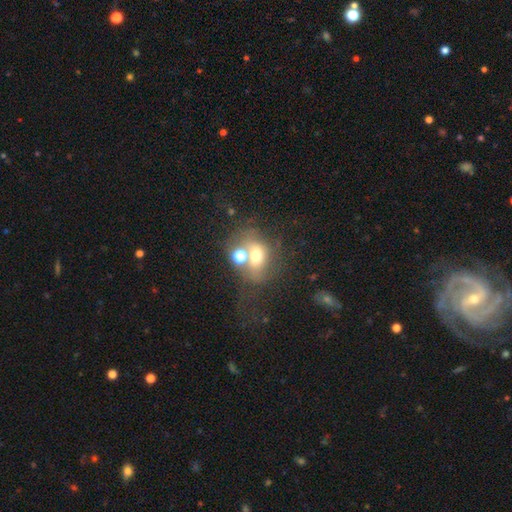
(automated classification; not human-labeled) A smooth galaxy with no disk features (59%) that is round (52%).

Vote fractions:
- Smooth or featured? smooth: 59% / featured or disk: 23% / star or artifact: 18%
- How rounded? round: 52% / in between: 47% / cigar-shaped: 1%
- Merging? merger: 38% / none: 36% / minor disturbance: 13% / major disturbance: 13%